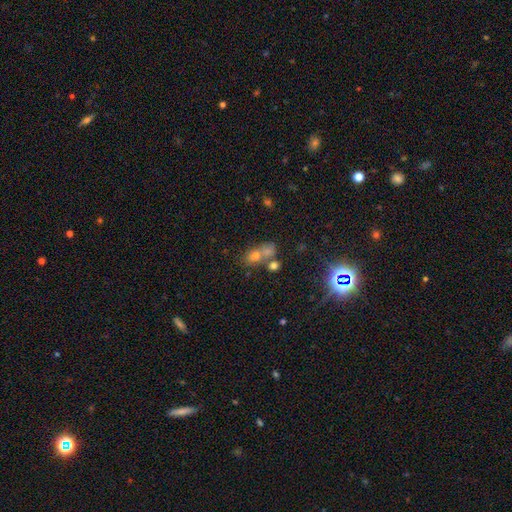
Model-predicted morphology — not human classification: Smooth or featured? smooth (47%)
Merging? merger (49%)